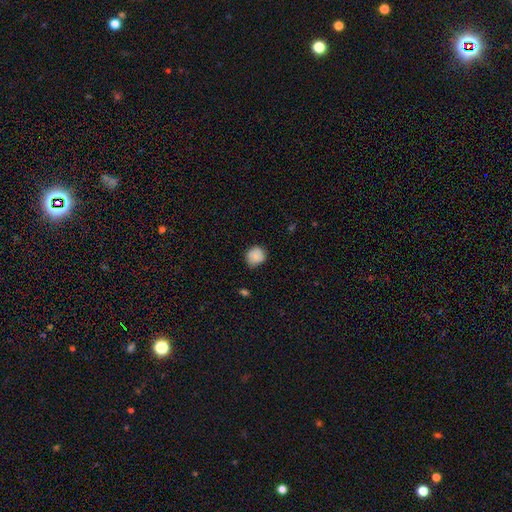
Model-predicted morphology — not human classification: Smooth or featured?
  - smooth: 83% *
  - featured or disk: 9%
  - star or artifact: 8%
How rounded?
  - round: 84% *
  - in between: 15%
  - cigar-shaped: 1%
Merging?
  - none: 76% *
  - minor disturbance: 20%
  - major disturbance: 3%
  - merger: 1%